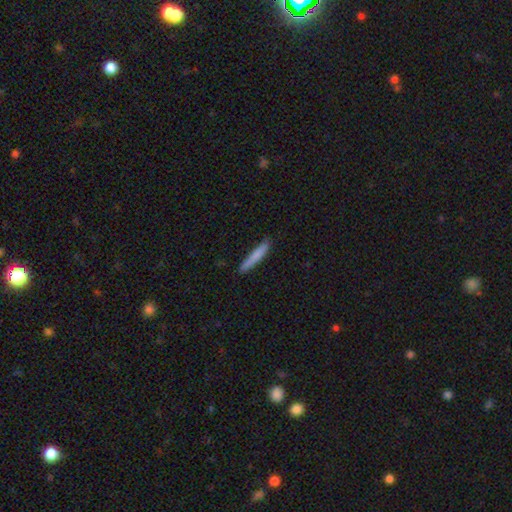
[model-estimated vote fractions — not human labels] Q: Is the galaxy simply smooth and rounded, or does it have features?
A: smooth — 79%.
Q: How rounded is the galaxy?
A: cigar-shaped — 94%.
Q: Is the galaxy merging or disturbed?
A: none — 83%.